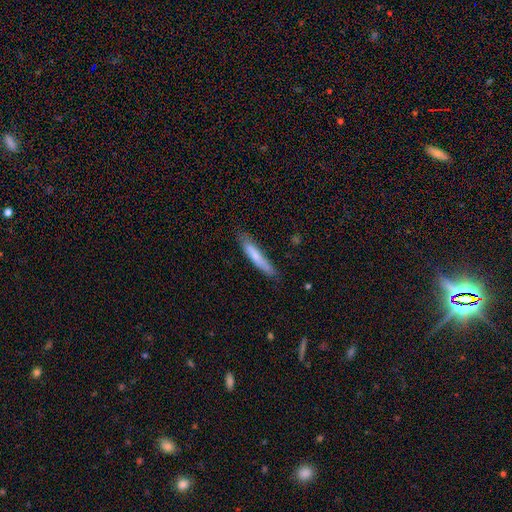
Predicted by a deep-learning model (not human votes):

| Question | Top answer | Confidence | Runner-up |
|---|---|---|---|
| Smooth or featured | smooth | 73% | featured or disk (21%) |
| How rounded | cigar-shaped | 91% | in between (7%) |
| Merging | none | 76% | minor disturbance (19%) |